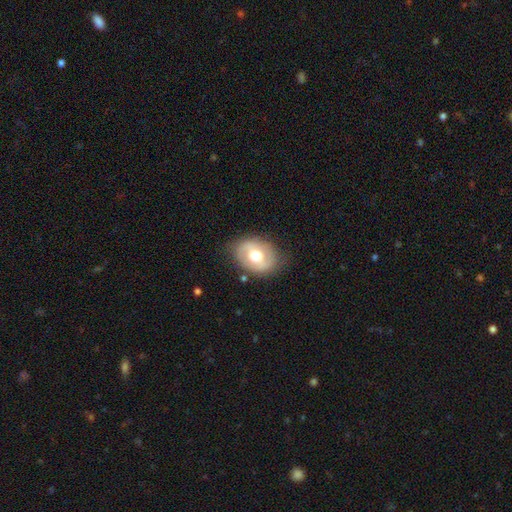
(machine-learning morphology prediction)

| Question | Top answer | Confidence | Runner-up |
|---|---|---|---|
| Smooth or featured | featured or disk | 49% | smooth (45%) |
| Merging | none | 78% | minor disturbance (15%) |